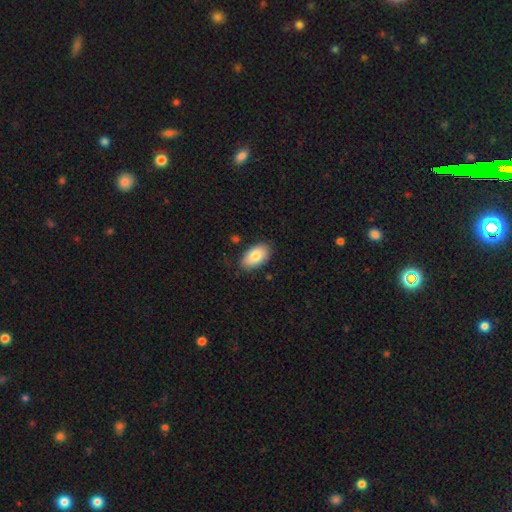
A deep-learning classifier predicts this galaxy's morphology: This is clearly a smooth galaxy (81%). How rounded: clearly in between (94%). Merging: clearly none (81%).